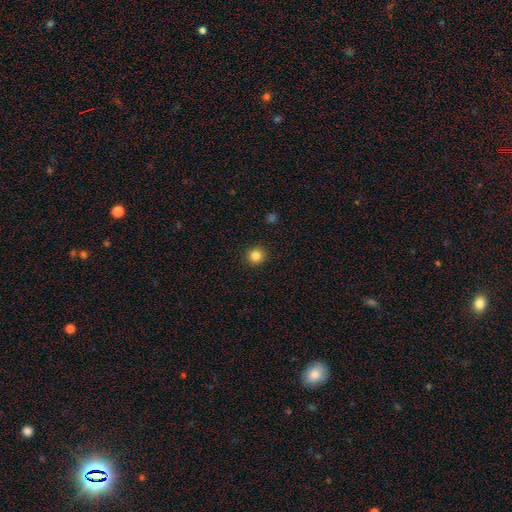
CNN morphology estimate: Smooth or featured?
  - smooth: 84% *
  - star or artifact: 11%
  - featured or disk: 5%
How rounded?
  - round: 92% *
  - in between: 7%
  - cigar-shaped: 1%
Merging?
  - none: 92% *
  - minor disturbance: 5%
  - major disturbance: 2%
  - merger: 1%